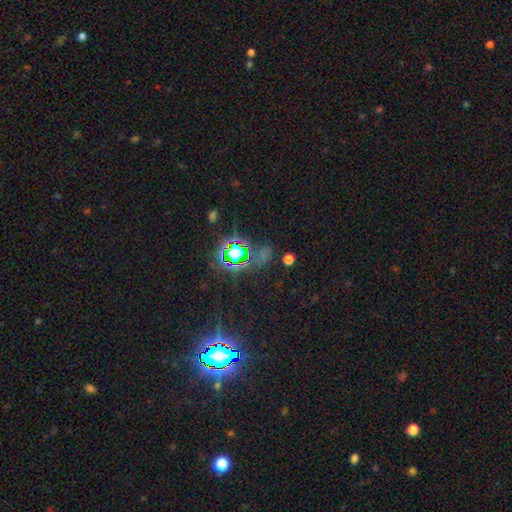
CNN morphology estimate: Smooth or featured? Predicted: star or artifact (p=0.80).